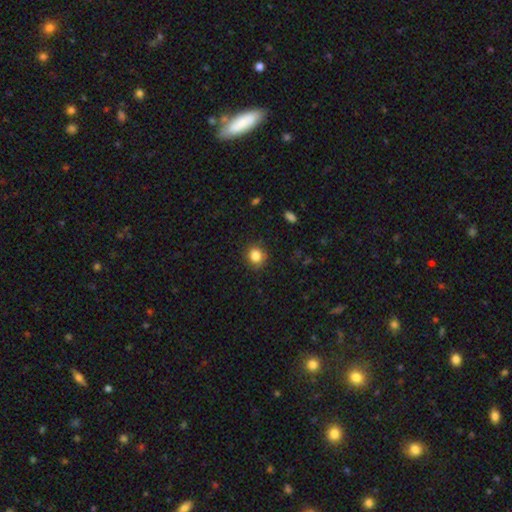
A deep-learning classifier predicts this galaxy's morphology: The model was most divided on "how rounded": round: 83%, in between: 16%, cigar-shaped: 1%. More confident: merging — none (88%); smooth or featured — smooth (84%).